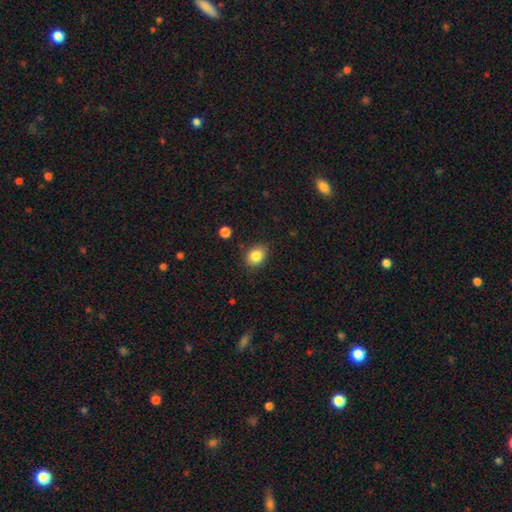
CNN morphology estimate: Q: Smooth or featured?
A: smooth (85%); runner-up: star or artifact (9%)
Q: How rounded?
A: in between (52%); runner-up: round (47%)
Q: Merging?
A: none (85%); runner-up: minor disturbance (11%)